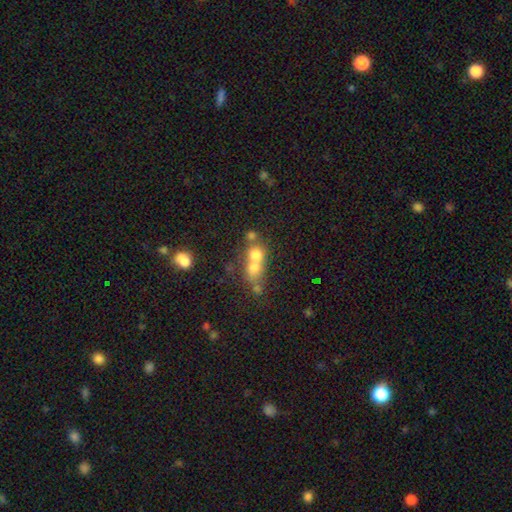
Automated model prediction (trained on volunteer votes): smooth-or-featured: smooth: 67% | featured or disk: 19% | star or artifact: 14%
  how-rounded: round: 69% | in between: 28% | cigar-shaped: 3%
  merging: merger: 66% | none: 24% | minor disturbance: 6% | major disturbance: 5%